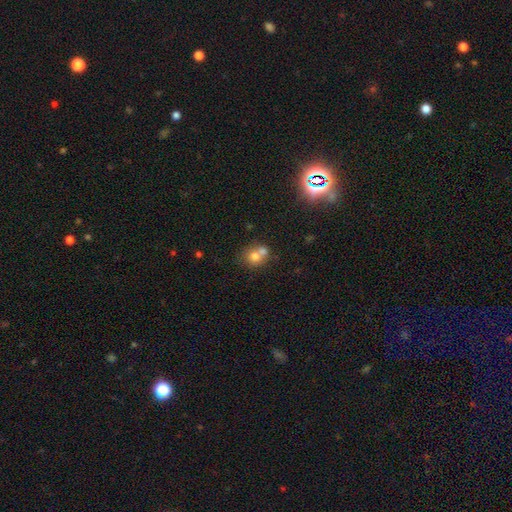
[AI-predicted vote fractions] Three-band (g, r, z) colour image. It shows a smooth galaxy with no disk features (69%) that is round (76%). Merging: merger (52%).